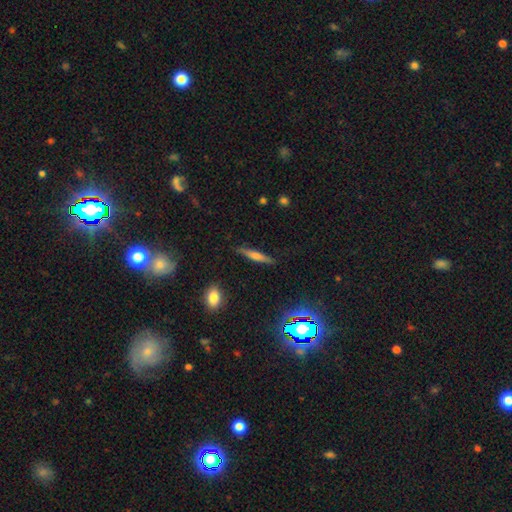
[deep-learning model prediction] Smooth or featured?
  - smooth: 49% *
  - featured or disk: 40%
  - star or artifact: 11%
Merging?
  - none: 86% *
  - minor disturbance: 10%
  - major disturbance: 2%
  - merger: 2%